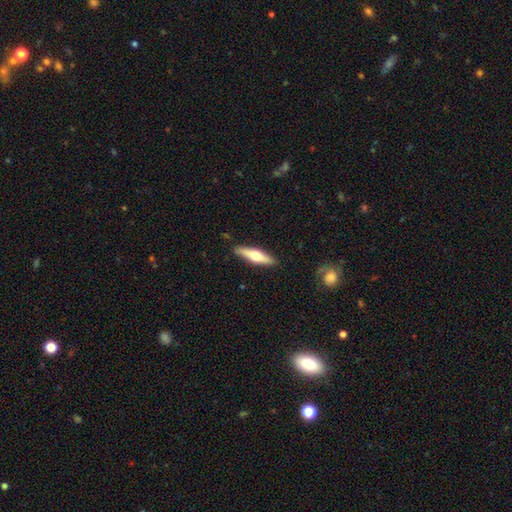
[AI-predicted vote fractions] Smooth or featured?
  - featured or disk: 50% *
  - smooth: 45%
  - star or artifact: 5%
Edge-on disk?
  - yes: 93% *
  - no: 7%
Merging?
  - none: 89% *
  - minor disturbance: 8%
  - major disturbance: 2%
  - merger: 1%